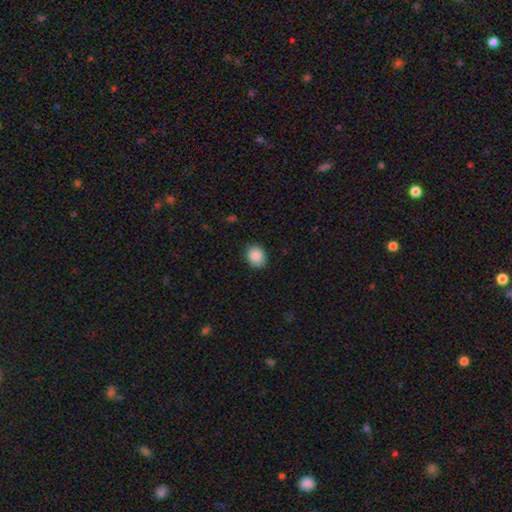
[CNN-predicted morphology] Smooth or featured? Predicted: smooth (p=0.89). How rounded? Predicted: round (p=0.57). Merging? Predicted: none (p=0.86).